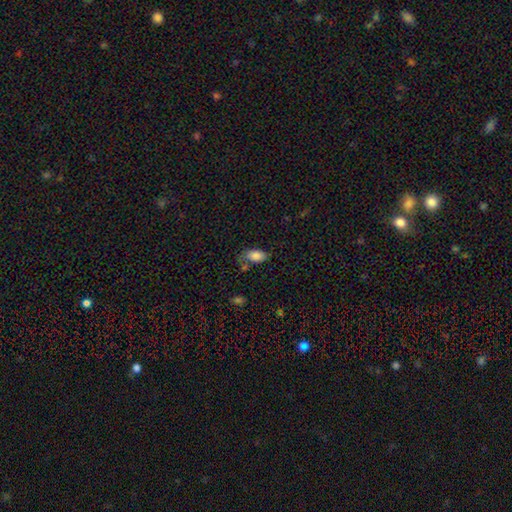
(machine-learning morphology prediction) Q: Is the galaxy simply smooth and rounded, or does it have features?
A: smooth — 84%.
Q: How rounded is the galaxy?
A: in between — 93%.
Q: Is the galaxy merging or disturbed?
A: none — 51%.